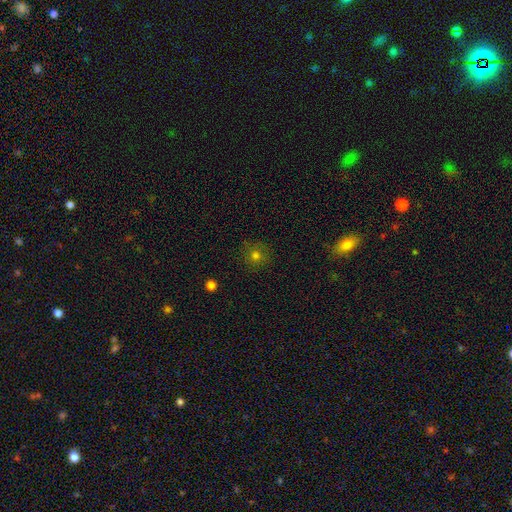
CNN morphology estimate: type=smooth (72%); roundness=round (90%); merging=none (82%).